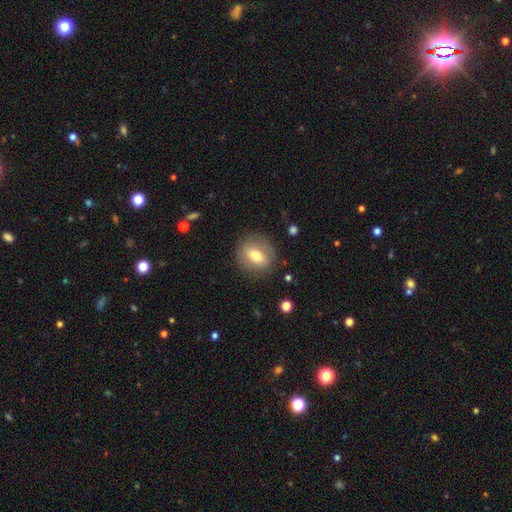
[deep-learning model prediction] This appears to be a smooth galaxy with no disk features (64%) that is round (60%). Merging: none (82%).